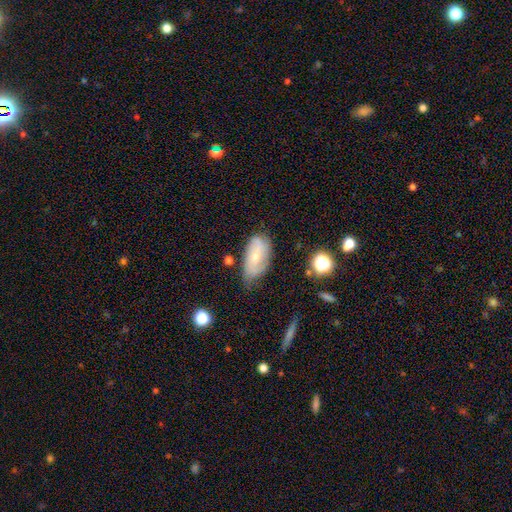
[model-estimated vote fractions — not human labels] Smooth or featured: featured or disk — 49% (smooth — 43%)
Merging: none — 57% (minor disturbance — 33%)